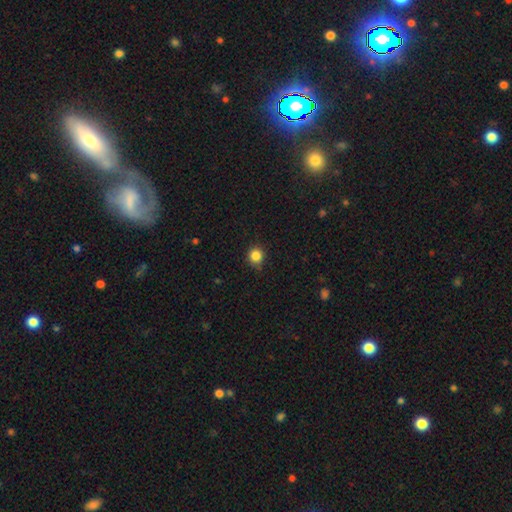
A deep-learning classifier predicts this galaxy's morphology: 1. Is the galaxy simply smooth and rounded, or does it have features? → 85% smooth, 11% star or artifact, 4% featured or disk.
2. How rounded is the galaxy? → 91% round, 8% in between, 1% cigar-shaped.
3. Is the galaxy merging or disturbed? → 84% none, 12% minor disturbance, 2% major disturbance, 1% merger.